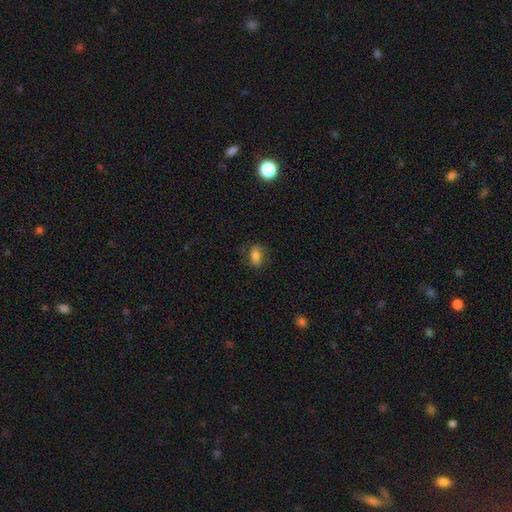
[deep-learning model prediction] Q: Smooth or featured?
A: smooth (78%); runner-up: featured or disk (11%)
Q: How rounded?
A: in between (83%); runner-up: round (12%)
Q: Merging?
A: none (75%); runner-up: minor disturbance (18%)